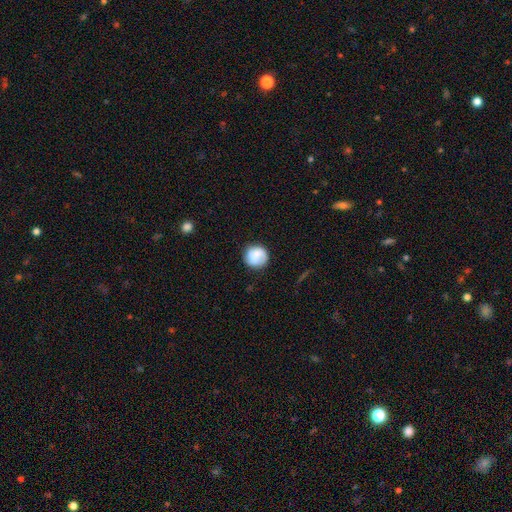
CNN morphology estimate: type=smooth (68%); roundness=round (91%); merging=none (79%).